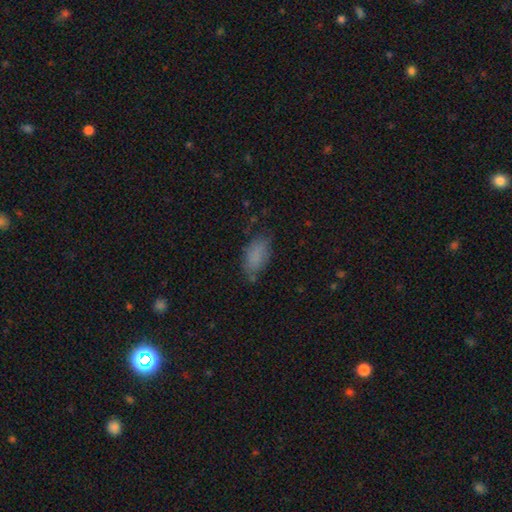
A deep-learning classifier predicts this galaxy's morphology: This appears to be a smooth galaxy with no disk features (80%) that is in between round and cigar-shaped (91%). Merging: none (66%).